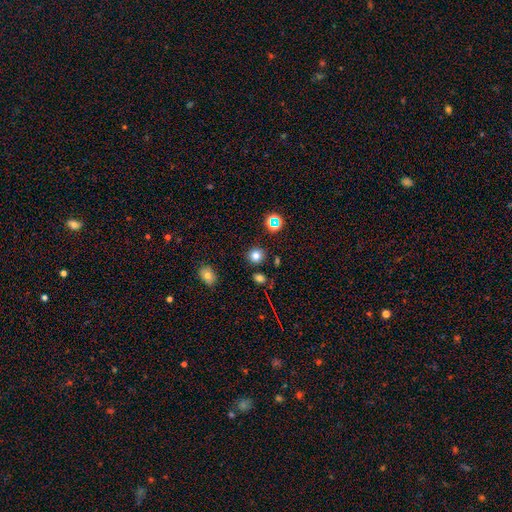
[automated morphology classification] type=smooth (77%); roundness=round (89%); merging=none (87%).